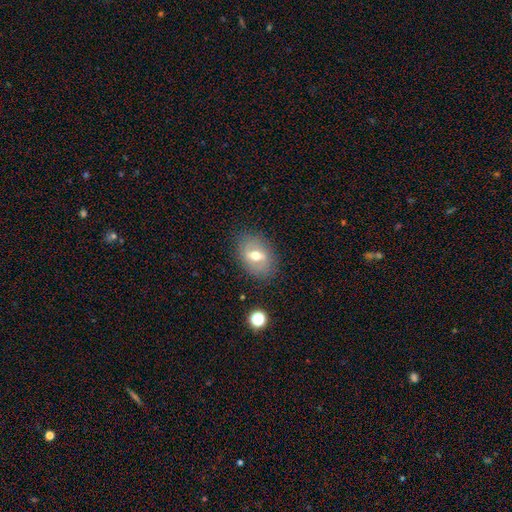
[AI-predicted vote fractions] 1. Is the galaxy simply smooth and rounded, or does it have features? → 46% smooth, 44% featured or disk, 10% star or artifact.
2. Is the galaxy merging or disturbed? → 81% none, 13% minor disturbance, 5% major disturbance, 1% merger.